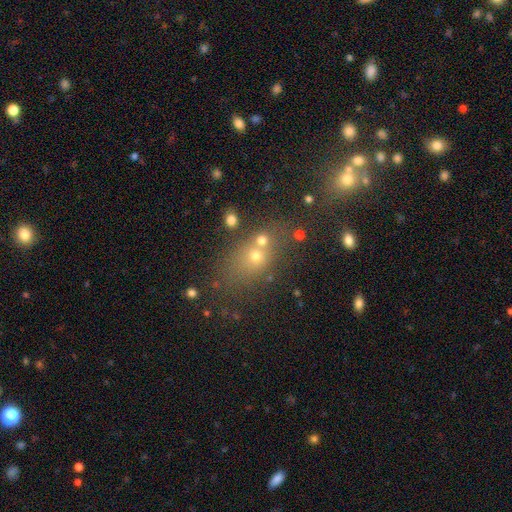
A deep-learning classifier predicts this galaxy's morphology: Overall: smooth (56%; star or artifact 24%). How rounded: in between (50%; round 44%). Merging: none (48%; merger 36%).